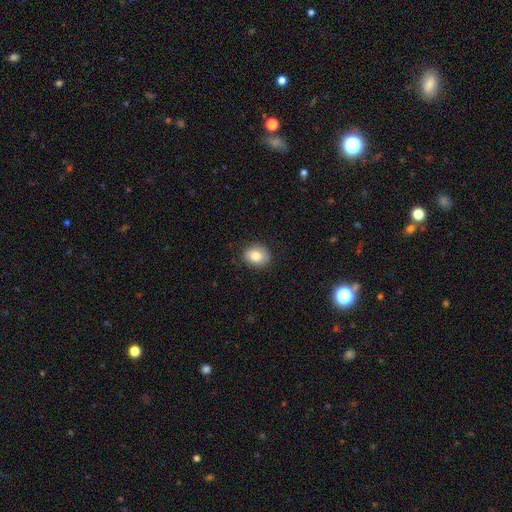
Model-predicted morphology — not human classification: smooth 83%, featured or disk 8%, star or artifact 8%. Down the decision tree: how rounded — in between (53%); merging — none (84%).